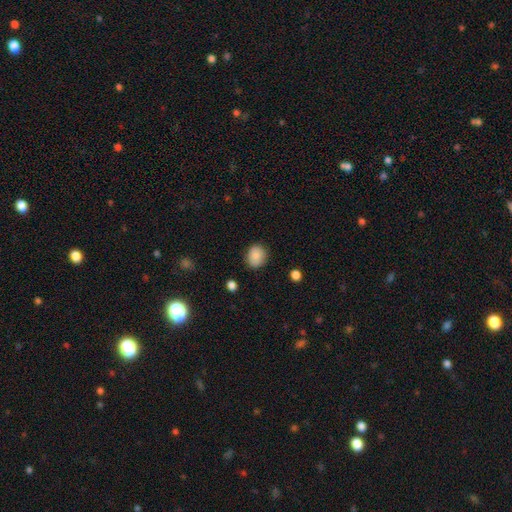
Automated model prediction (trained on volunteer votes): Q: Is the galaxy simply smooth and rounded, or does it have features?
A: smooth — 87%.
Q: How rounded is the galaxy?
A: round — 68%.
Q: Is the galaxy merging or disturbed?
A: none — 84%.